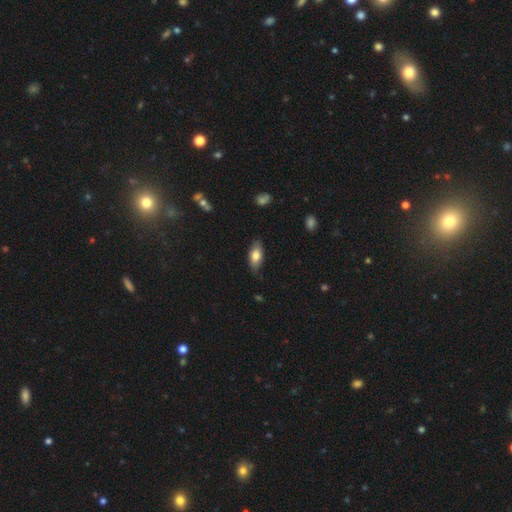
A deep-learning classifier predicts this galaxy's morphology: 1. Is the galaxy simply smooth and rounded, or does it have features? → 77% smooth, 17% featured or disk, 6% star or artifact.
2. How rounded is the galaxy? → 87% in between, 10% cigar-shaped, 3% round.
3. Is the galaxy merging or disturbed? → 80% none, 17% minor disturbance, 3% major disturbance, 1% merger.